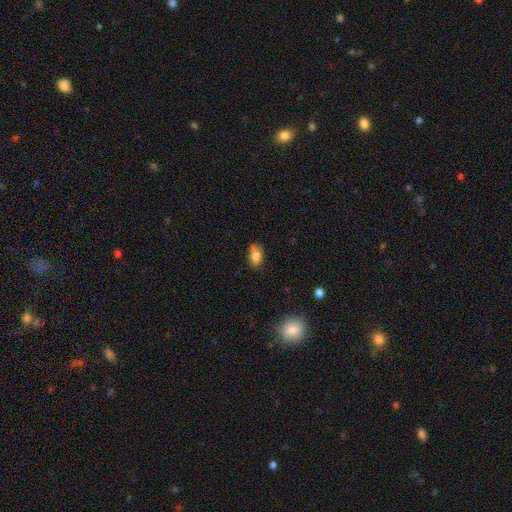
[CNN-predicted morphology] Smooth or featured: smooth — 81% (featured or disk — 10%)
How rounded: in between — 88% (round — 10%)
Merging: none — 65% (minor disturbance — 24%)